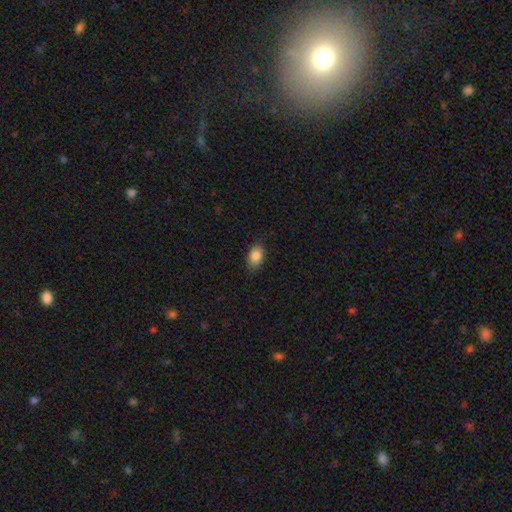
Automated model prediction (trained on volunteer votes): Smooth or featured? smooth (87%)
How rounded? in between (86%)
Merging? none (81%)